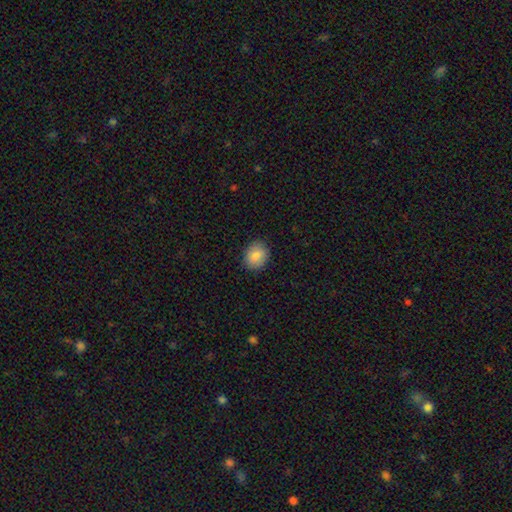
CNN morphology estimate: This is clearly a smooth galaxy (86%). How rounded: possibly round (51%). Merging: clearly none (88%).